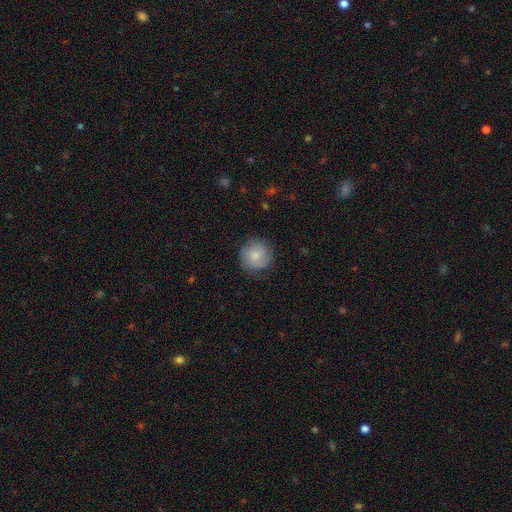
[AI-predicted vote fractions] A smooth galaxy with no disk features (77%) that is round (92%).

Vote fractions:
- Smooth or featured? smooth: 77% / featured or disk: 17% / star or artifact: 7%
- How rounded? round: 92% / in between: 7% / cigar-shaped: 1%
- Merging? none: 76% / minor disturbance: 18% / major disturbance: 5% / merger: 1%